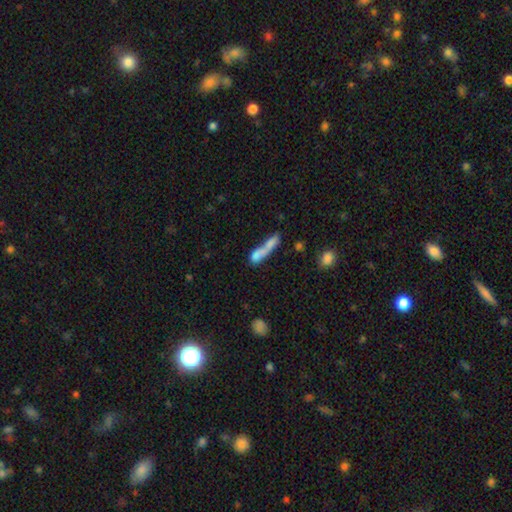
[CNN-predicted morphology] Smooth or featured?
  - smooth: 67% *
  - featured or disk: 23%
  - star or artifact: 10%
How rounded?
  - cigar-shaped: 50% *
  - in between: 39%
  - round: 10%
Merging?
  - merger: 61% *
  - none: 19%
  - major disturbance: 10%
  - minor disturbance: 9%